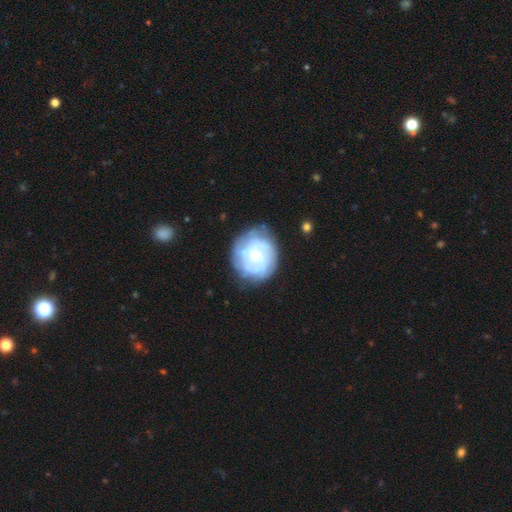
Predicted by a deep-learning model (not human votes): Smooth or featured? featured or disk (64%)
Edge-on disk? no (98%)
Bar? no (75%)
Spiral arms? yes (75%)
Bulge size? small (48%)
Merging? none (68%)